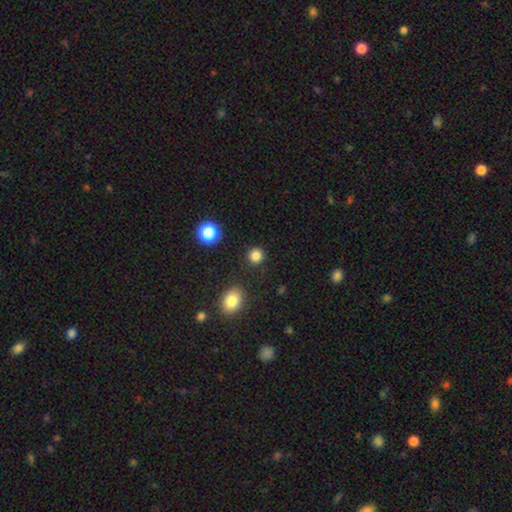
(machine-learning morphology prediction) Smooth or featured: smooth — 83% (star or artifact — 13%)
How rounded: round — 90% (in between — 9%)
Merging: none — 89% (minor disturbance — 7%)